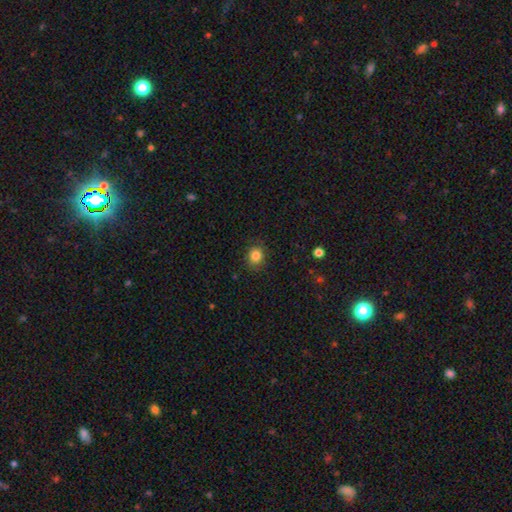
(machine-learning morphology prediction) smooth_or_featured: smooth (p=0.84) [alt: star or artifact p=0.11]
how_rounded: round (p=0.70) [alt: in between p=0.29]
merging: none (p=0.85) [alt: minor disturbance p=0.11]